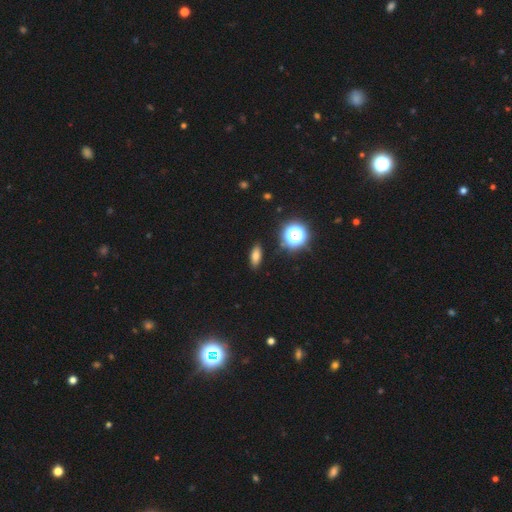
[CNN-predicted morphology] smooth_or_featured: smooth (p=0.71) [alt: star or artifact p=0.17]
how_rounded: in between (p=0.73) [alt: cigar-shaped p=0.17]
merging: none (p=0.88) [alt: minor disturbance p=0.08]